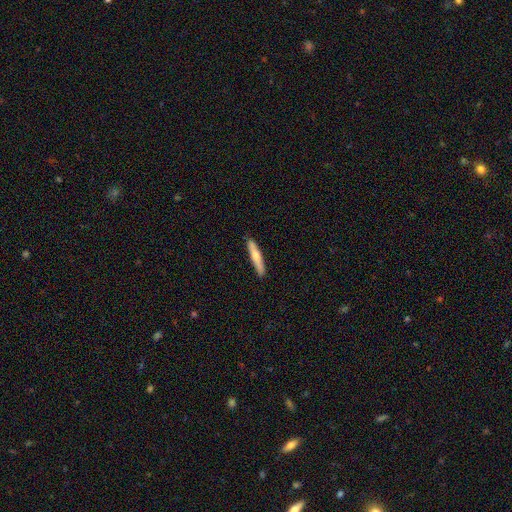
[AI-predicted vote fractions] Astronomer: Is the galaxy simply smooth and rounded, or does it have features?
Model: smooth — 64%.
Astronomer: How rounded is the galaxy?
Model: cigar-shaped — 91%.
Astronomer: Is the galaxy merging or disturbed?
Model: none — 89%.